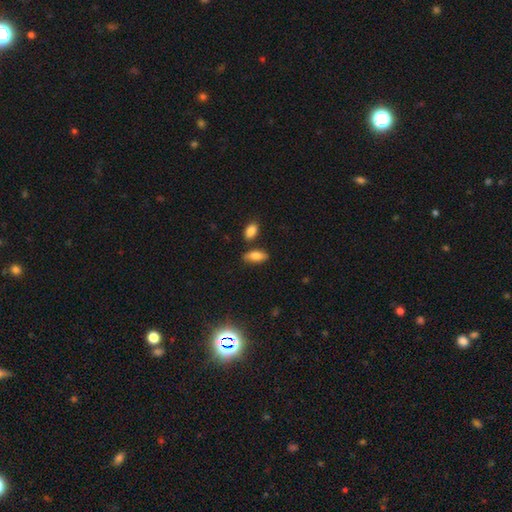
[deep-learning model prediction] smooth 81%, featured or disk 11%, star or artifact 8%. Down the decision tree: how rounded — in between (84%); merging — none (76%).